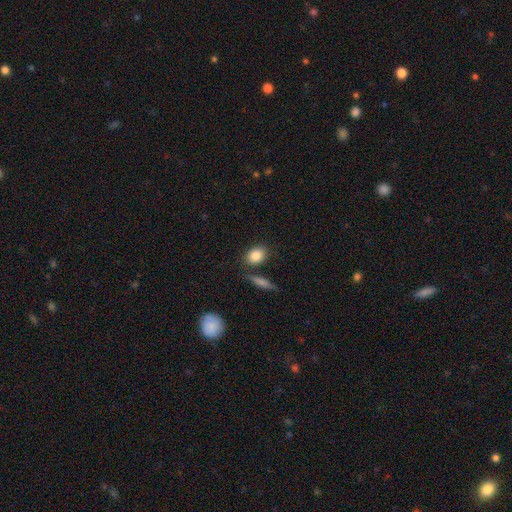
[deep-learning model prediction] Smooth or featured: smooth — 85% (star or artifact — 8%)
How rounded: in between — 63% (round — 34%)
Merging: none — 77% (minor disturbance — 12%)